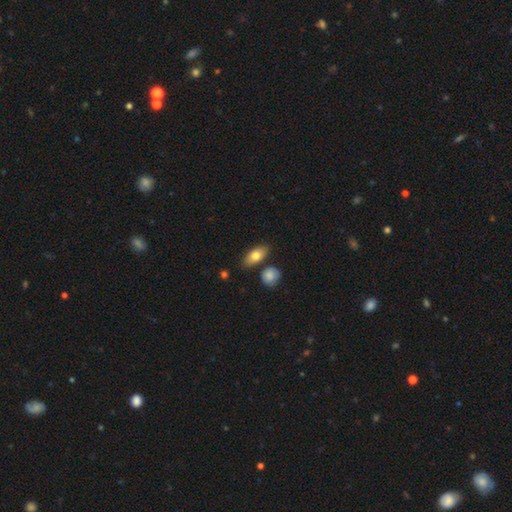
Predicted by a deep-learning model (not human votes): Smooth or featured: smooth — 77% (featured or disk — 17%)
How rounded: in between — 83% (cigar-shaped — 11%)
Merging: none — 79% (minor disturbance — 11%)